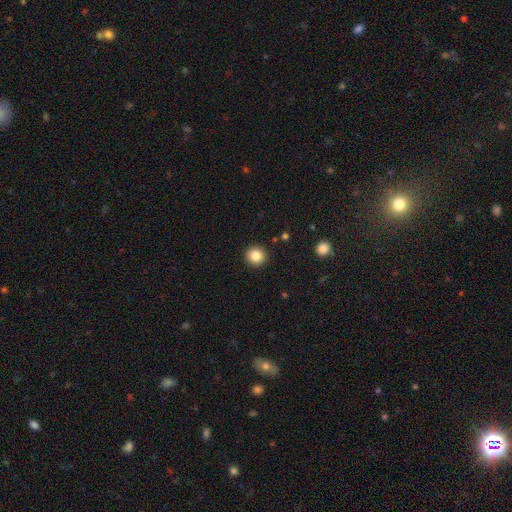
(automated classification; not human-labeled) Smooth or featured? Predicted: smooth (p=0.86). How rounded? Predicted: round (p=0.94). Merging? Predicted: none (p=0.92).